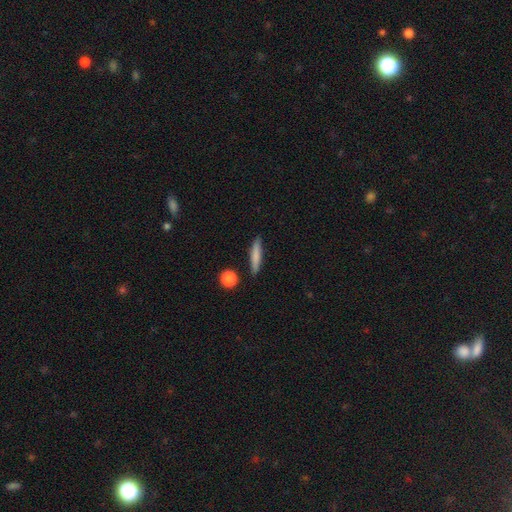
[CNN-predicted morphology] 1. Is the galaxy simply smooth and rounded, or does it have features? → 77% smooth, 16% featured or disk, 6% star or artifact.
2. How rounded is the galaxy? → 88% cigar-shaped, 10% in between, 3% round.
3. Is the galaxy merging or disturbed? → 87% none, 8% minor disturbance, 3% merger, 2% major disturbance.